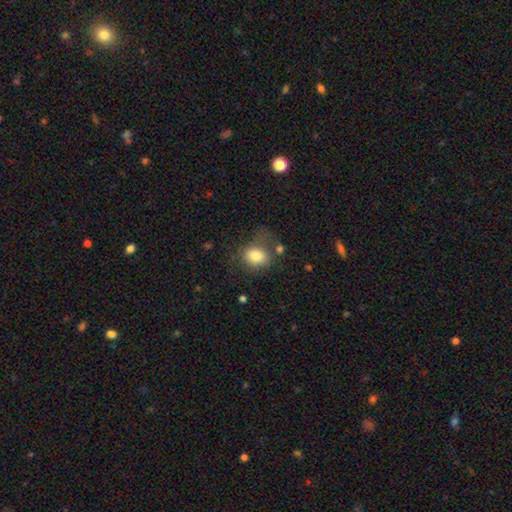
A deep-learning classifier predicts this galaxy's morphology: smooth-or-featured: smooth: 79% | featured or disk: 12% | star or artifact: 9%
  how-rounded: in between: 53% | round: 46% | cigar-shaped: 1%
  merging: none: 47% | minor disturbance: 24% | major disturbance: 20% | merger: 8%